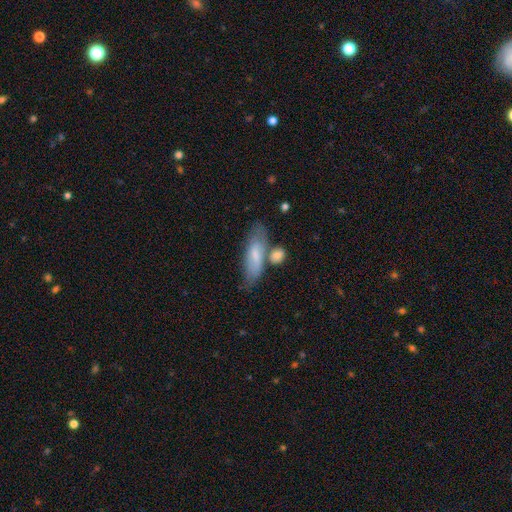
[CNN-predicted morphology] The model was most divided on "how rounded": in between: 52%, cigar-shaped: 45%, round: 3%. More confident: smooth or featured — smooth (66%); merging — none (54%).